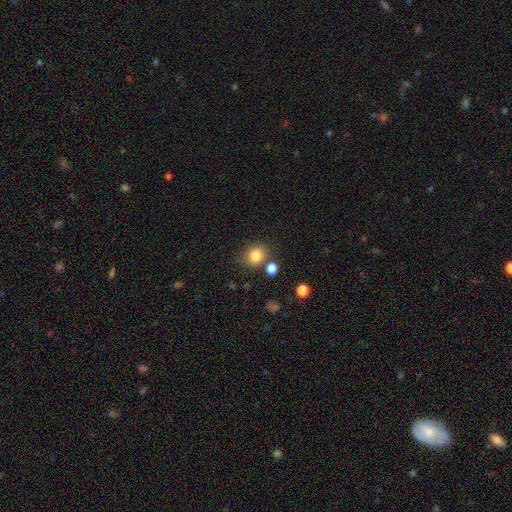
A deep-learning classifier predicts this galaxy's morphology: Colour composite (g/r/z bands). It shows a smooth galaxy with no disk features (82%) that is round (67%). Merging: none (74%).